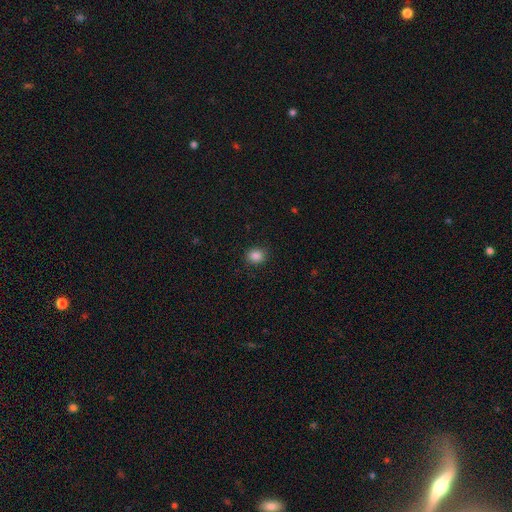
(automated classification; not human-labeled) The model was most divided on "how rounded": round: 68%, in between: 31%, cigar-shaped: 1%. More confident: merging — none (89%); smooth or featured — smooth (86%).